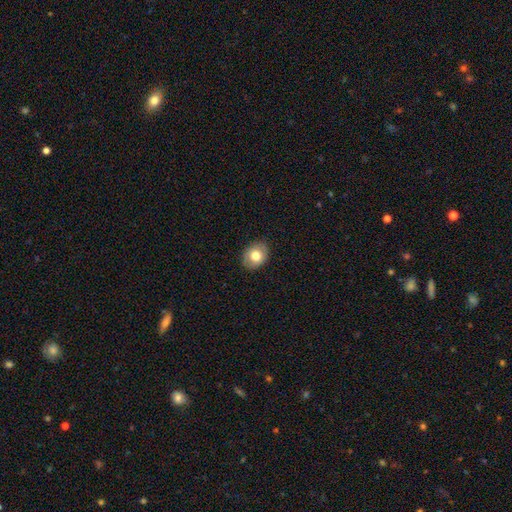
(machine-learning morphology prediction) smooth-or-featured: smooth: 74% | featured or disk: 18% | star or artifact: 8%
  how-rounded: in between: 55% | round: 44% | cigar-shaped: 1%
  merging: none: 86% | minor disturbance: 10% | major disturbance: 2% | merger: 1%